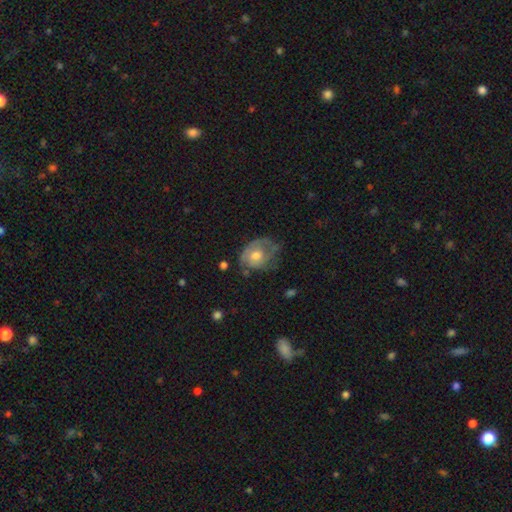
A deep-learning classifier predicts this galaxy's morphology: smooth_or_featured: featured or disk (p=0.55) [alt: smooth p=0.38]
disk_edge_on: no (p=0.96) [alt: yes p=0.04]
bar: no (p=0.81) [alt: weak p=0.17]
has_spiral_arms: yes (p=0.61) [alt: no p=0.39]
bulge_size: moderate (p=0.66) [alt: small p=0.16]
merging: none (p=0.43) [alt: minor disturbance p=0.32]